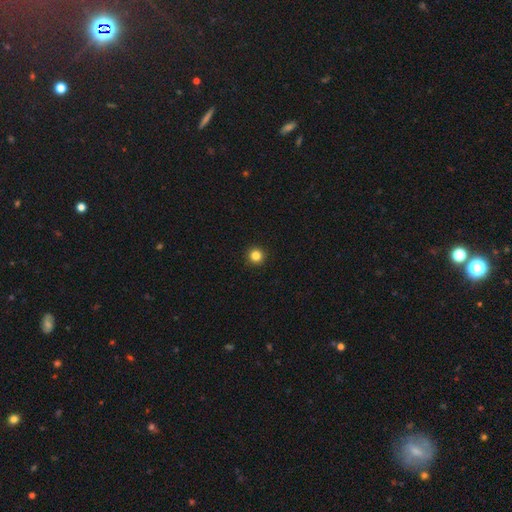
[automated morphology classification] smooth-or-featured: smooth: 84% | star or artifact: 12% | featured or disk: 4%
  how-rounded: round: 96% | in between: 3% | cigar-shaped: 1%
  merging: none: 94% | minor disturbance: 4% | major disturbance: 1% | merger: 1%